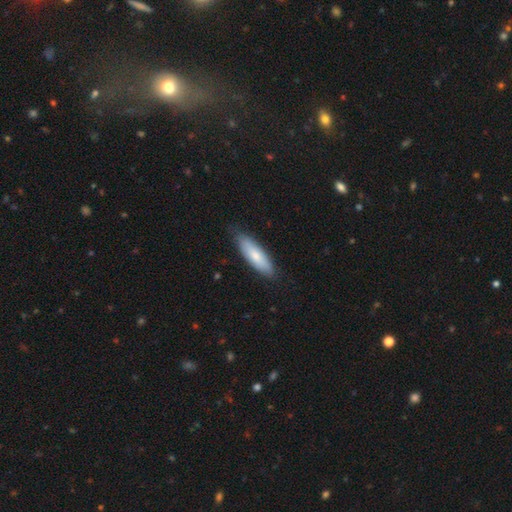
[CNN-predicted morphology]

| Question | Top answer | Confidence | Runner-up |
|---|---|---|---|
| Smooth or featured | smooth | 73% | featured or disk (22%) |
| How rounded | cigar-shaped | 50% | in between (48%) |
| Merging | none | 81% | minor disturbance (16%) |